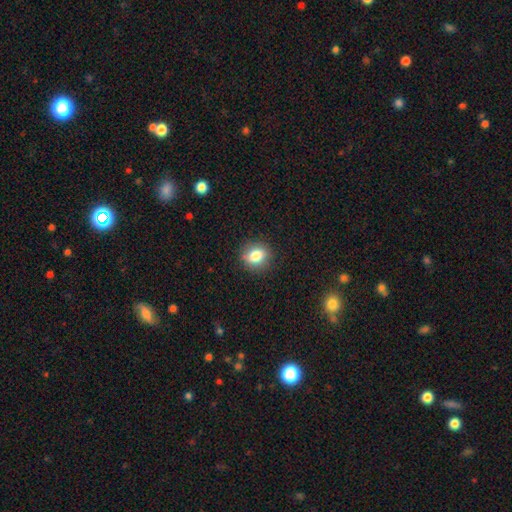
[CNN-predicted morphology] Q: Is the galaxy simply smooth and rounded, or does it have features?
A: smooth — 81%.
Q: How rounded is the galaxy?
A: round — 66%.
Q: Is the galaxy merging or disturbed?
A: none — 87%.